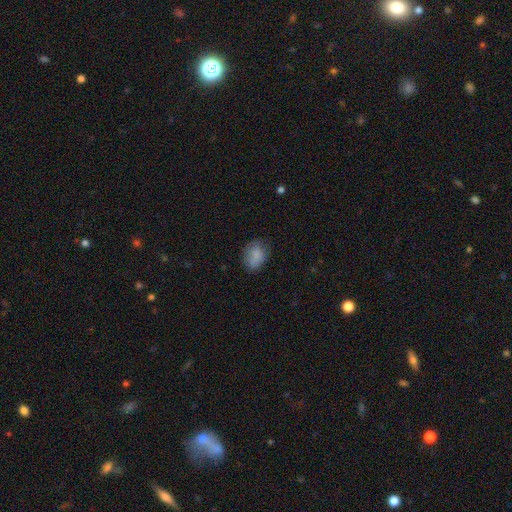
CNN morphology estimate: Smooth or featured? Predicted: smooth (p=0.82). How rounded? Predicted: in between (p=0.70). Merging? Predicted: none (p=0.68).